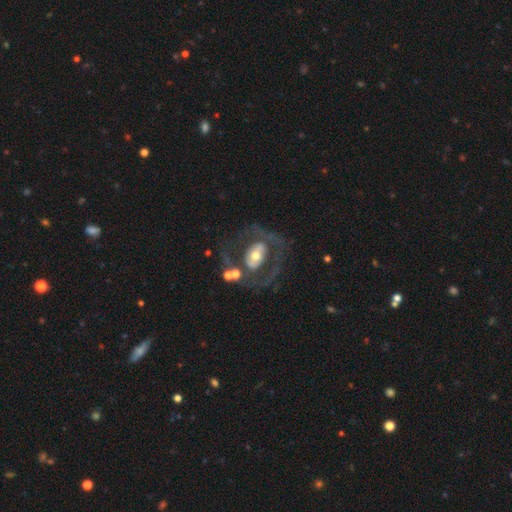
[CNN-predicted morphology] Smooth or featured? Predicted: featured or disk (p=0.68). Edge-on disk? Predicted: no (p=0.94). Bar? Predicted: no (p=0.58). Spiral arms? Predicted: no (p=0.58). Bulge size? Predicted: moderate (p=0.64). Merging? Predicted: none (p=0.53).